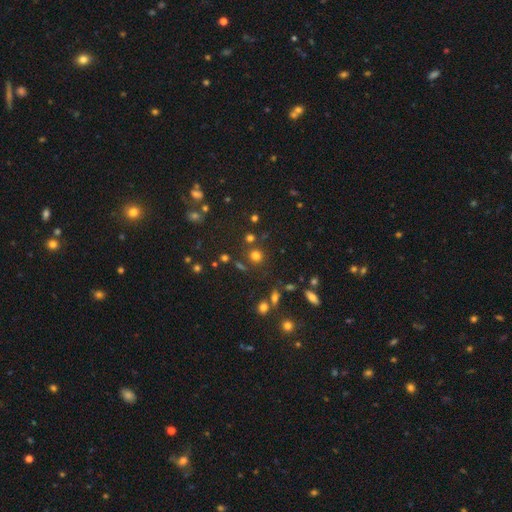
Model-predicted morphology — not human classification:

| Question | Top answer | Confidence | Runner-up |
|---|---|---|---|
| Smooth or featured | smooth | 70% | star or artifact (22%) |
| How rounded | round | 90% | in between (9%) |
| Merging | none | 79% | minor disturbance (9%) |